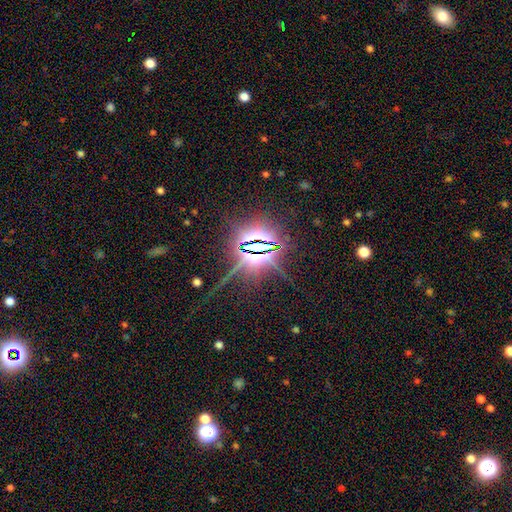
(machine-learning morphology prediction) This appears to be a star or artifact, not a galaxy (81%).